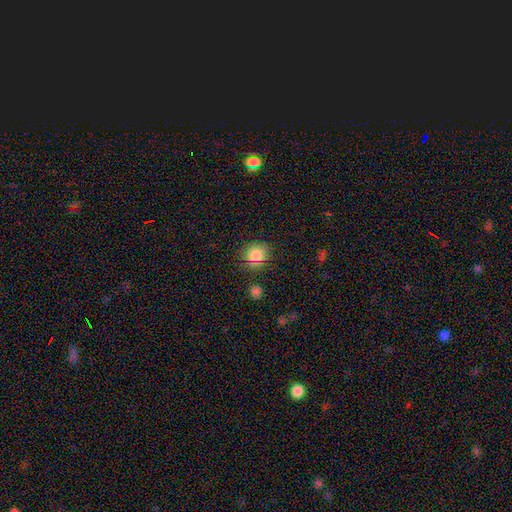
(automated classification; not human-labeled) Smooth or featured? Predicted: smooth (p=0.77). How rounded? Predicted: round (p=0.88). Merging? Predicted: none (p=0.84).